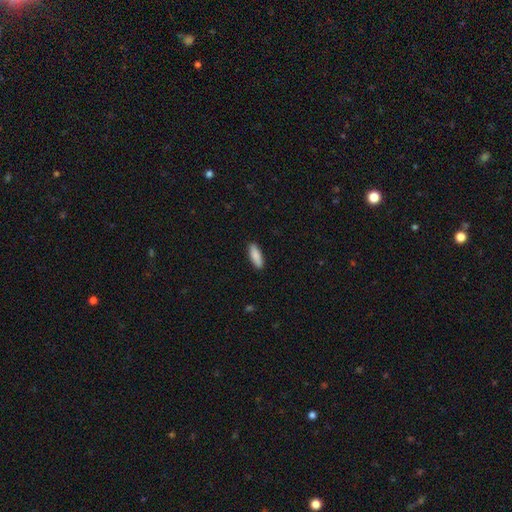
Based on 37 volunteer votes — Smooth or featured: smooth — 89% (featured or disk — 5%)
How rounded: in between — 52% (cigar-shaped — 45%)
Merging: none — 86% (minor disturbance — 9%)